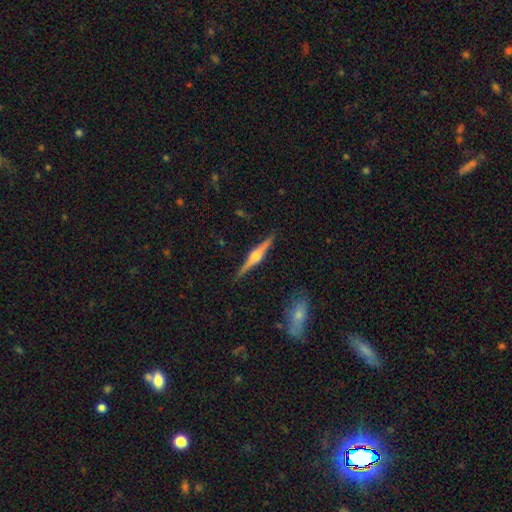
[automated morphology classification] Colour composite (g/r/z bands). It shows a featured or disk galaxy (79%) viewed edge-on (98%) with a rounded central bulge (90%). Merging: none (90%).